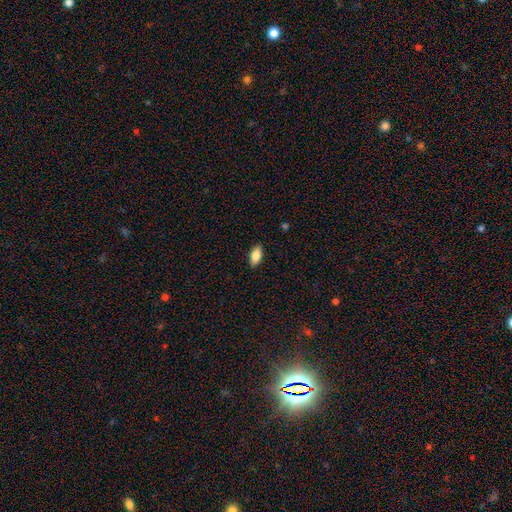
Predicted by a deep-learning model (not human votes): Smooth or featured? smooth (84%)
How rounded? in between (90%)
Merging? none (89%)